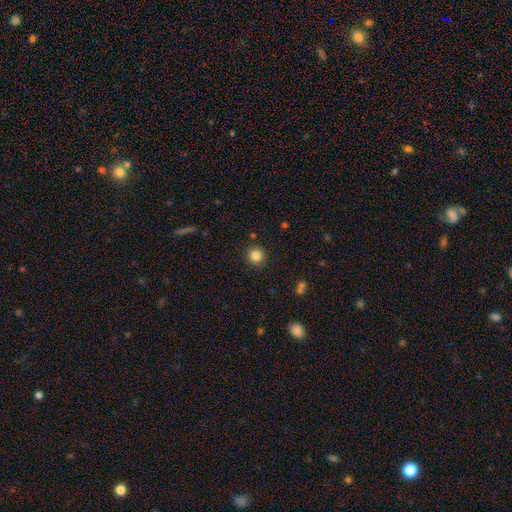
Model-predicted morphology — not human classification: Overall: smooth (85%). How rounded: round (92%). Merging: none (89%).